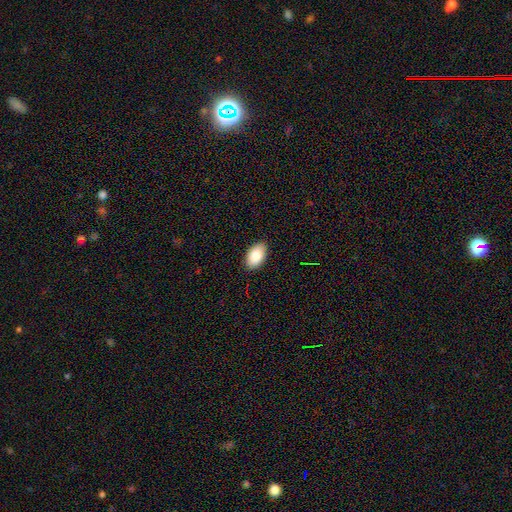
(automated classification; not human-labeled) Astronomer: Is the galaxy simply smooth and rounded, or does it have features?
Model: smooth — 88%.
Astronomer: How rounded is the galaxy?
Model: in between — 94%.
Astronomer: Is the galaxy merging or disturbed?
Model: none — 89%.